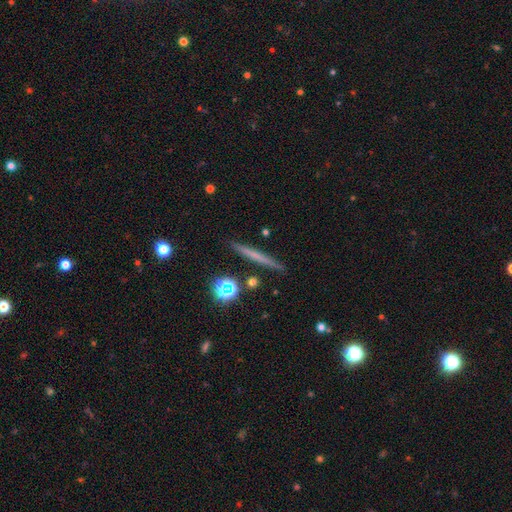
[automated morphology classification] The model was most divided on "smooth or featured": smooth: 49%, featured or disk: 42%, star or artifact: 9%. More confident: merging — none (90%).